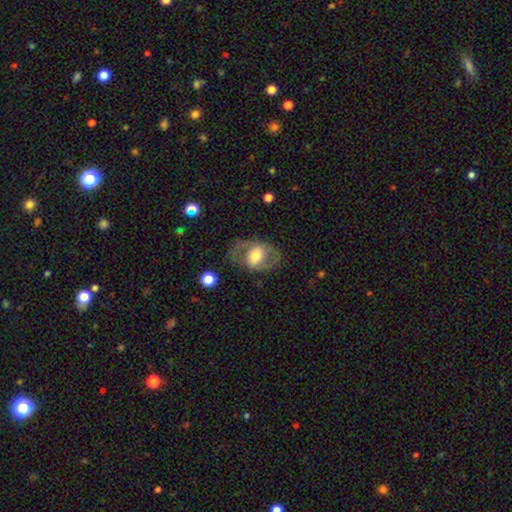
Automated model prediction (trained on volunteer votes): Morphology: type=featured or disk (55%); edge-on=no (93%); bar=no (44%); spiral arms=yes (52%); bulge=moderate (61%); merging=none (66%).